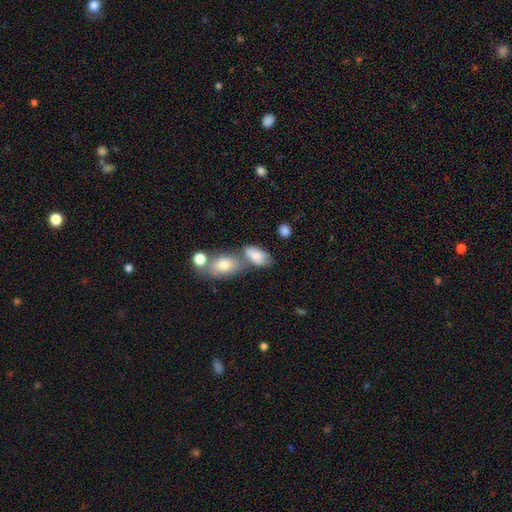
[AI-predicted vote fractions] This is likely a smooth galaxy (80%). How rounded: clearly in between (91%). Merging: marginally none (40%).